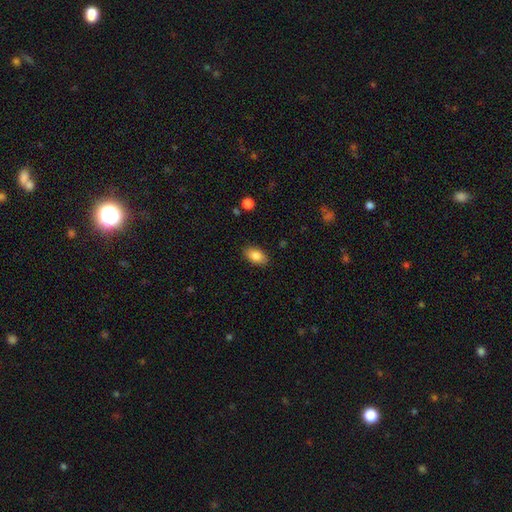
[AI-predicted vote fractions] Morphology: type=smooth (85%); roundness=in between (91%); merging=none (87%).